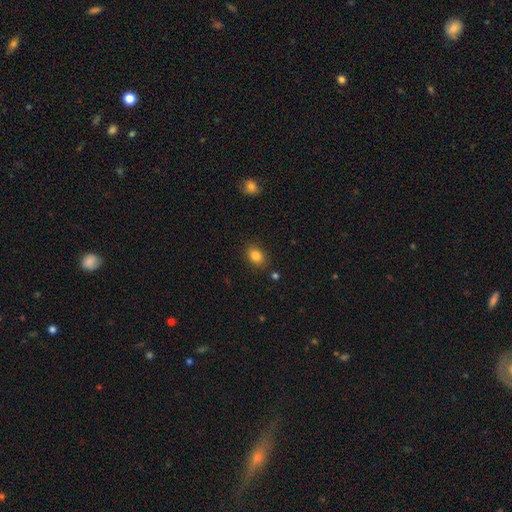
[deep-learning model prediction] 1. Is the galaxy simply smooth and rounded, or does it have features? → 84% smooth, 10% star or artifact, 6% featured or disk.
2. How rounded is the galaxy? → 65% in between, 34% round, 1% cigar-shaped.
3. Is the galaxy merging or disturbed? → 85% none, 10% minor disturbance, 3% major disturbance, 2% merger.